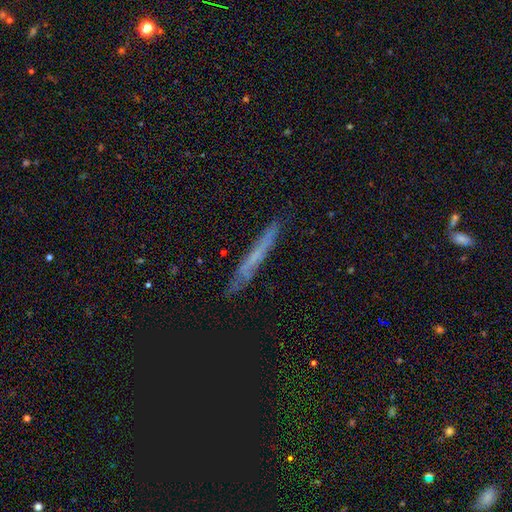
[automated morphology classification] Smooth or featured? smooth (44%, tied with featured or disk)
Merging? none (83%)